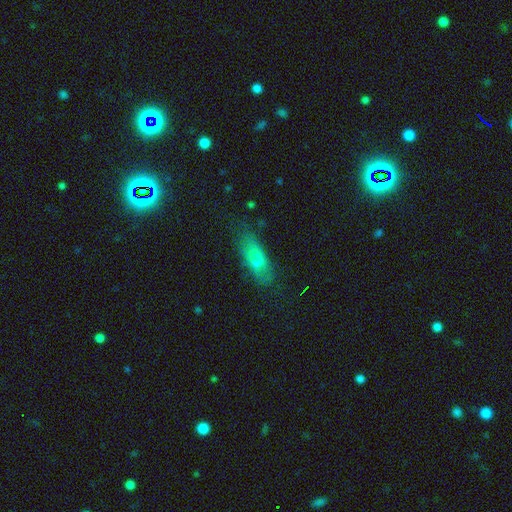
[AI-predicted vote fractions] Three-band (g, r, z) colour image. It shows a smooth galaxy with no disk features (59%) that is in between round and cigar-shaped (53%). Merging: none (67%).